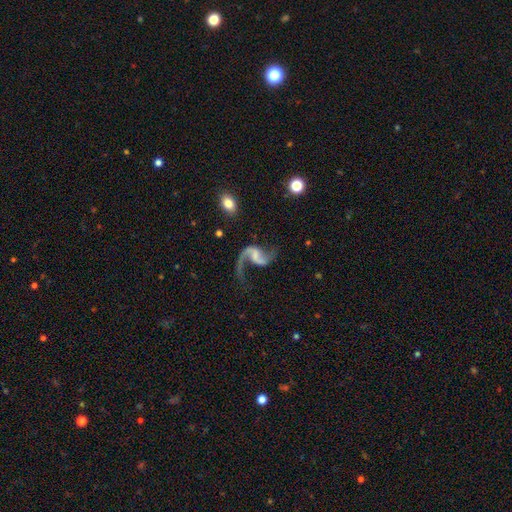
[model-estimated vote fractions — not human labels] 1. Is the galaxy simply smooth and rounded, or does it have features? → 89% featured or disk, 6% smooth, 5% star or artifact.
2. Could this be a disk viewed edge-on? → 98% no, 2% yes.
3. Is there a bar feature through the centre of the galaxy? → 42% weak, 36% no, 22% strong.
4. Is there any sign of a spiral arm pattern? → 96% yes, 4% no.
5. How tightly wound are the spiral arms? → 82% loose, 15% medium, 3% tight.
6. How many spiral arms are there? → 83% 2, 13% 1, 1% can't tell, 1% 3, 1% 4, 1% more than 4.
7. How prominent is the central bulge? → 45% none, 32% small, 16% moderate, 5% large, 2% dominant.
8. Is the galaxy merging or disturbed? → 54% none, 25% major disturbance, 16% minor disturbance, 4% merger.